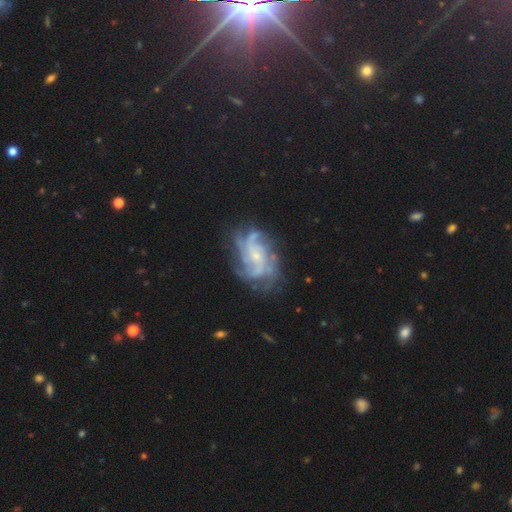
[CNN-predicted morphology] Q: Smooth or featured?
A: featured or disk (84%); runner-up: star or artifact (8%)
Q: Edge-on disk?
A: no (97%); runner-up: yes (3%)
Q: Bar?
A: no (67%); runner-up: weak (28%)
Q: Spiral arms?
A: yes (94%); runner-up: no (6%)
Q: Spiral winding?
A: medium (43%); runner-up: tight (37%)
Q: Spiral arm count?
A: can't tell (26%); runner-up: 4 (25%)
Q: Bulge size?
A: small (72%); runner-up: moderate (21%)
Q: Merging?
A: none (65%); runner-up: minor disturbance (19%)